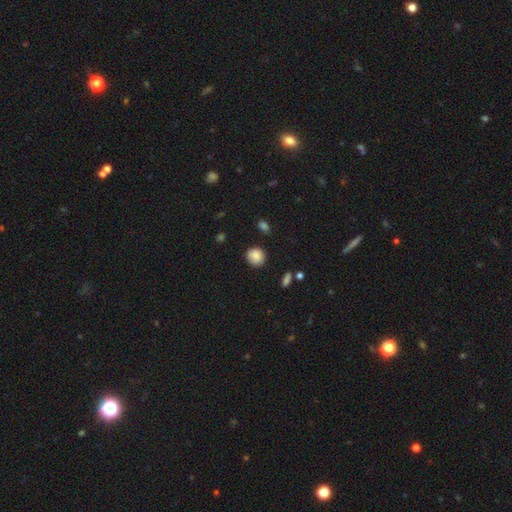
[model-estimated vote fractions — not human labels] A smooth galaxy with no disk features (85%) that is round (84%). Merging: none (81%).